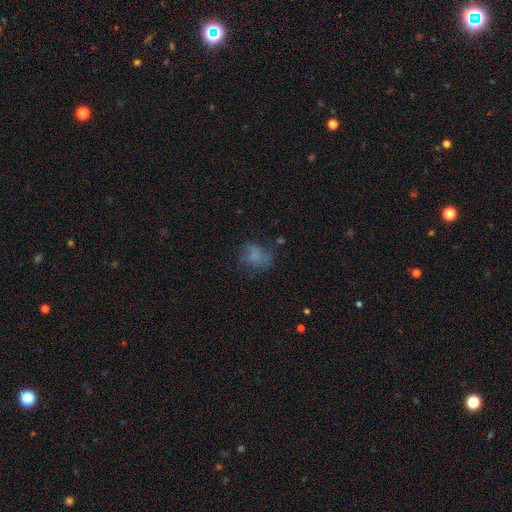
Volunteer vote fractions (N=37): A smooth galaxy with no disk features (70%) that is in between round and cigar-shaped (54%).

Vote fractions:
- Smooth or featured? smooth: 70% / featured or disk: 22% / star or artifact: 8%
- How rounded? in between: 54% / round: 46% / cigar-shaped: 0%
- Merging? none: 65% / major disturbance: 21% / minor disturbance: 15% / merger: 0%